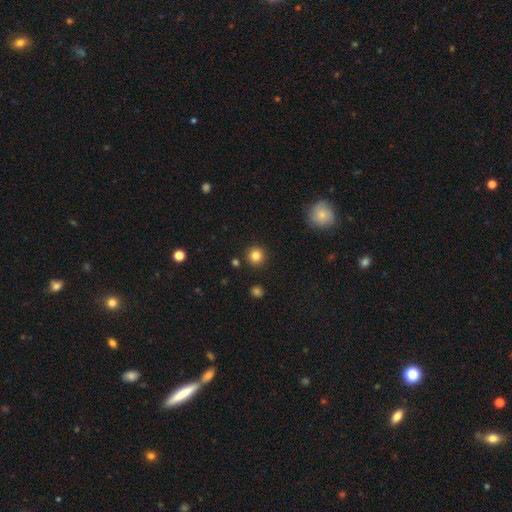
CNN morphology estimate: Smooth or featured?
  - smooth: 83% *
  - star or artifact: 11%
  - featured or disk: 5%
How rounded?
  - round: 94% *
  - in between: 5%
  - cigar-shaped: 1%
Merging?
  - none: 90% *
  - minor disturbance: 5%
  - merger: 2%
  - major disturbance: 2%